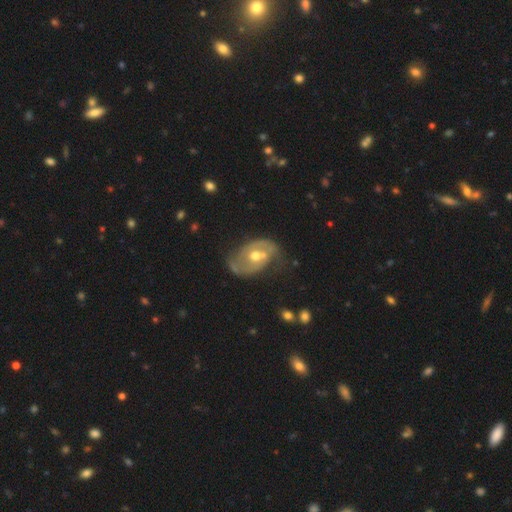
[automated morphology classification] Q: Smooth or featured?
A: featured or disk (78%); runner-up: smooth (17%)
Q: Edge-on disk?
A: no (96%); runner-up: yes (4%)
Q: Bar?
A: no (61%); runner-up: weak (30%)
Q: Spiral arms?
A: yes (80%); runner-up: no (20%)
Q: Spiral winding?
A: medium (44%); runner-up: tight (31%)
Q: Spiral arm count?
A: 2 (79%); runner-up: can't tell (12%)
Q: Bulge size?
A: moderate (76%); runner-up: small (17%)
Q: Merging?
A: none (61%); runner-up: minor disturbance (25%)